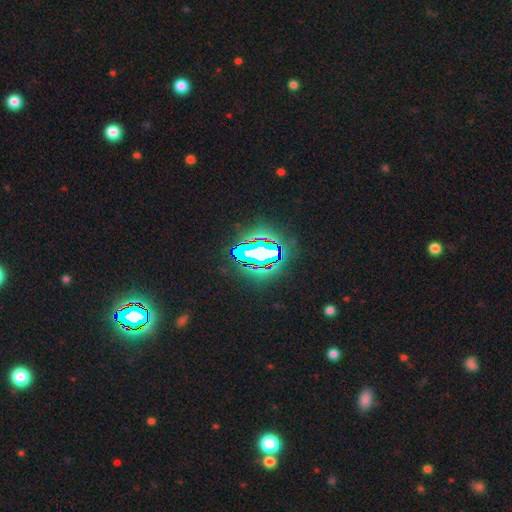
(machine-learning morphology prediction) A star or artifact, not a galaxy (80%).

Vote fractions:
- Smooth or featured? star or artifact: 80% / smooth: 11% / featured or disk: 9%